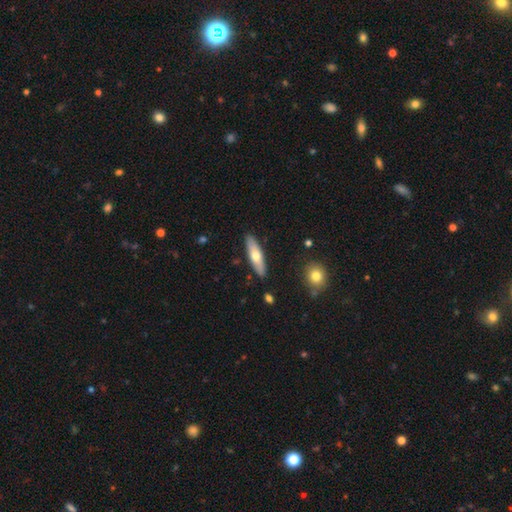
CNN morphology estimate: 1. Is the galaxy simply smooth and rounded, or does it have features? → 60% smooth, 35% featured or disk, 5% star or artifact.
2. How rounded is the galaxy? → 60% cigar-shaped, 38% in between, 2% round.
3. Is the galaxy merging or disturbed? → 88% none, 8% minor disturbance, 2% major disturbance, 2% merger.